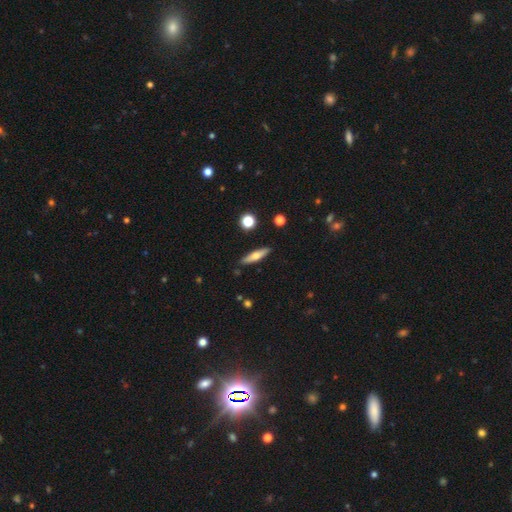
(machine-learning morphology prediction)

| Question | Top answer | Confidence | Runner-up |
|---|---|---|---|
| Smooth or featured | smooth | 52% | featured or disk (41%) |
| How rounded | cigar-shaped | 73% | in between (24%) |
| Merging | none | 88% | minor disturbance (8%) |